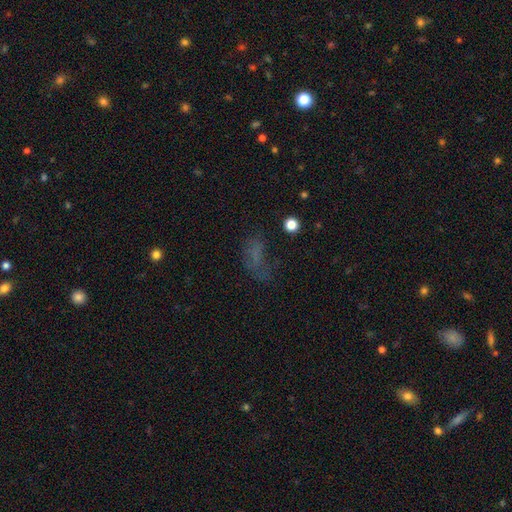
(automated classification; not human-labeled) This appears to be a smooth galaxy with no disk features (48%). Merging: none (38%).